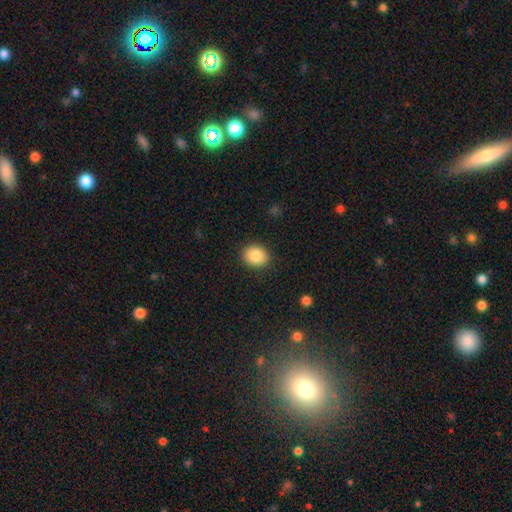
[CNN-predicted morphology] Overall: smooth (86%). How rounded: round (59%; in between 40%). Merging: none (89%).